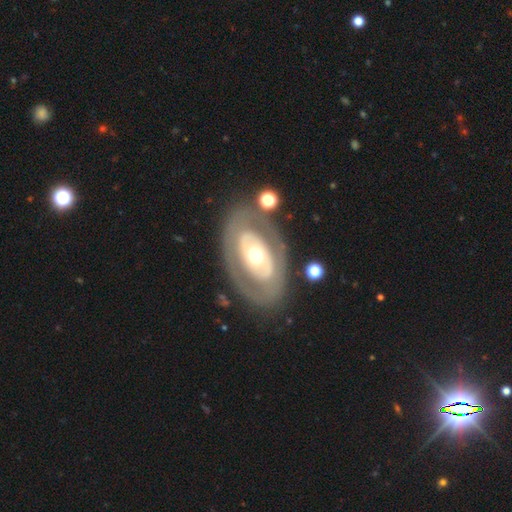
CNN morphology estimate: smooth_or_featured: featured or disk (p=0.68) [alt: smooth p=0.27]
disk_edge_on: no (p=0.92) [alt: yes p=0.08]
bar: no (p=0.83) [alt: weak p=0.11]
has_spiral_arms: no (p=0.81) [alt: yes p=0.19]
bulge_size: moderate (p=0.68) [alt: large p=0.19]
merging: none (p=0.78) [alt: minor disturbance p=0.12]